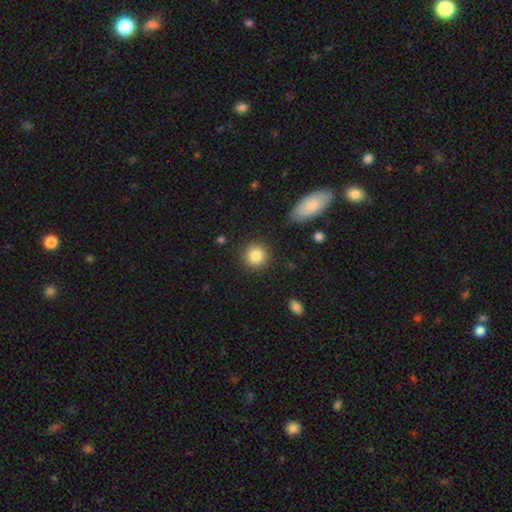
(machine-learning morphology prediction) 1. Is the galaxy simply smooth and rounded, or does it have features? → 85% smooth, 9% star or artifact, 6% featured or disk.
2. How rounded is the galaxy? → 92% round, 7% in between, 1% cigar-shaped.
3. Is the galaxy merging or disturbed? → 90% none, 6% minor disturbance, 2% major disturbance, 2% merger.